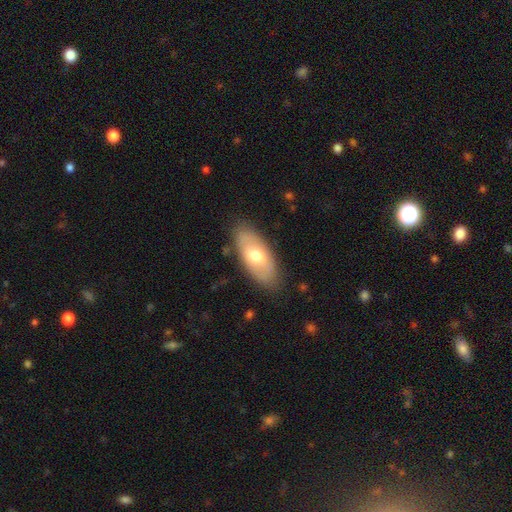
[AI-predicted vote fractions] This is possibly a smooth galaxy (57%). How rounded: clearly in between (89%). Merging: clearly none (82%).